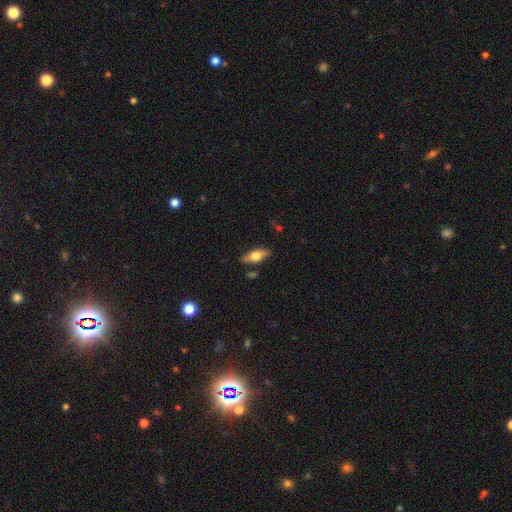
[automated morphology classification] type=smooth (56%); roundness=in between (73%); merging=none (81%).